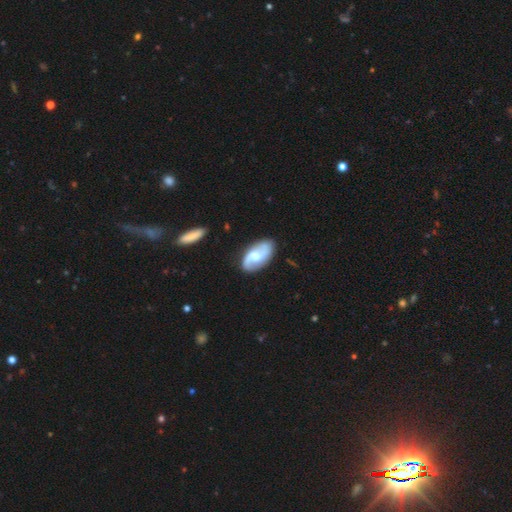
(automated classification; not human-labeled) smooth_or_featured: featured or disk (p=0.77) [alt: smooth p=0.18]
disk_edge_on: no (p=0.97) [alt: yes p=0.03]
bar: weak (p=0.48) [alt: no p=0.42]
has_spiral_arms: yes (p=0.95) [alt: no p=0.05]
spiral_winding: loose (p=0.52) [alt: medium p=0.37]
spiral_arm_count: 2 (p=0.90) [alt: can't tell p=0.04]
bulge_size: moderate (p=0.49) [alt: small p=0.28]
merging: none (p=0.81) [alt: minor disturbance p=0.13]